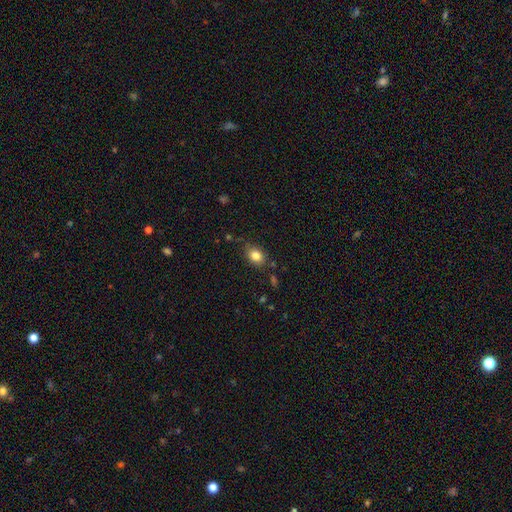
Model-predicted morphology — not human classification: Smooth or featured? smooth (83%)
How rounded? in between (58%)
Merging? none (77%)